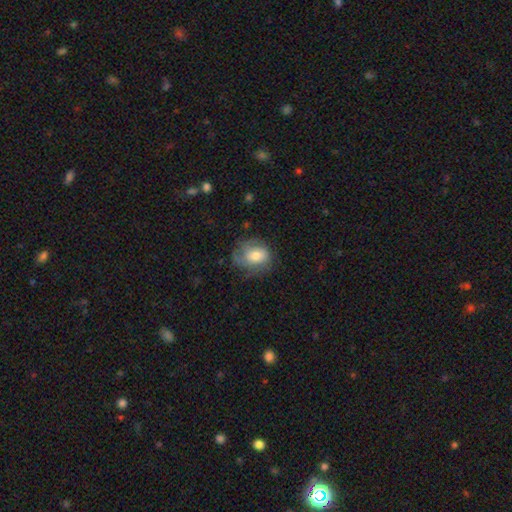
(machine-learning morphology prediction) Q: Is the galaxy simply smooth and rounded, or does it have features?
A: smooth — 50%.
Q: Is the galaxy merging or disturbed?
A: none — 57%.